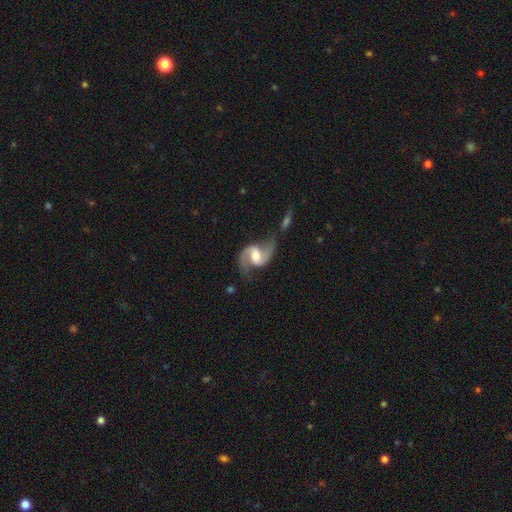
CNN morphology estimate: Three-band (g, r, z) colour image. It shows a featured or disk galaxy (89%) with a weak bar (50%), 2 (93%) loose (49%) spiral arms (97%) and a moderate central bulge (61%). Merging: none (60%).